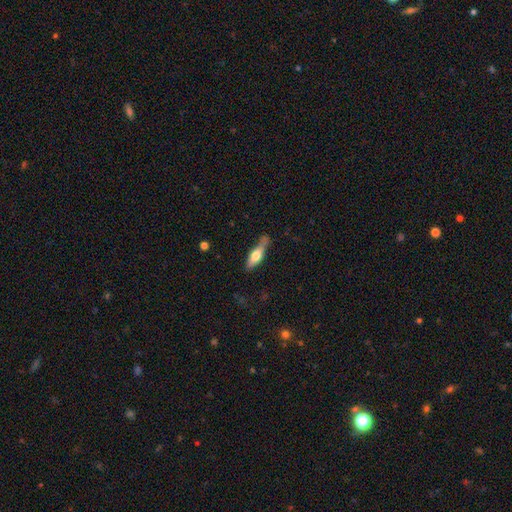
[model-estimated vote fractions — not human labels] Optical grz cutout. It shows a smooth galaxy with no disk features (57%) that is cigar-shaped (54%). Merging: none (60%).